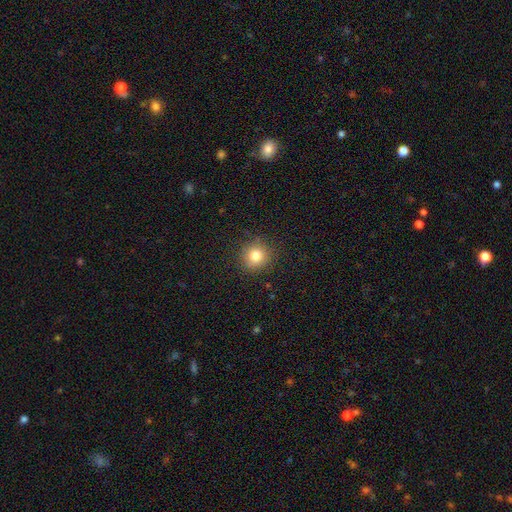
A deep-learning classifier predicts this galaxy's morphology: Smooth or featured: smooth — 82% (star or artifact — 12%)
How rounded: round — 91% (in between — 8%)
Merging: none — 89% (minor disturbance — 8%)